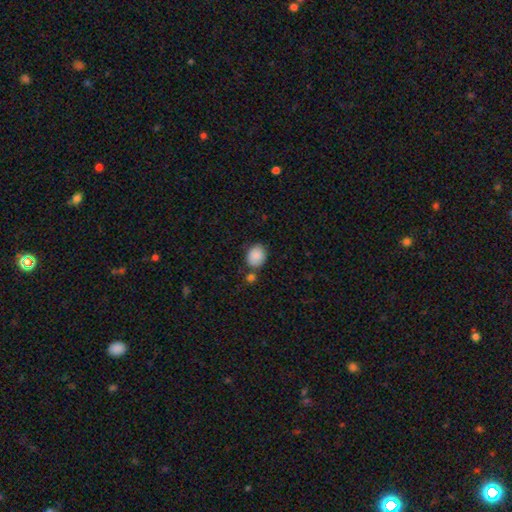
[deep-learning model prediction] Smooth or featured: smooth — 88% (star or artifact — 7%)
How rounded: round — 50% (in between — 49%)
Merging: none — 70% (minor disturbance — 15%)